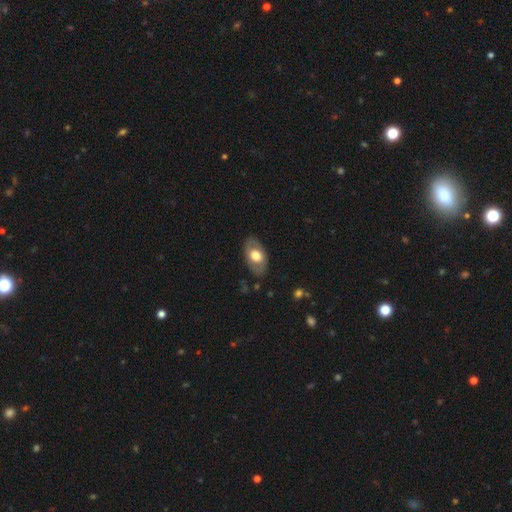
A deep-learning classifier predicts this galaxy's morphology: type=smooth (57%); roundness=in between (91%); merging=none (81%).